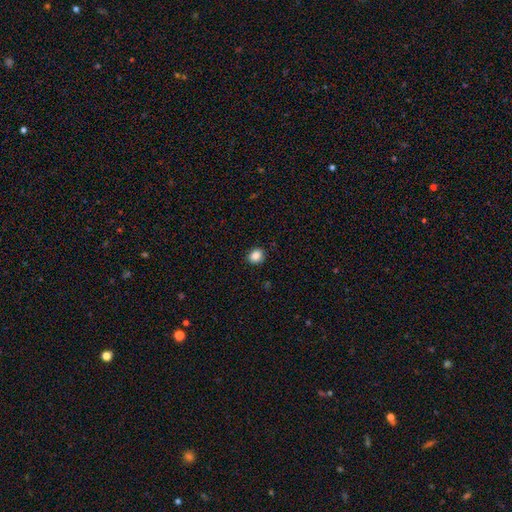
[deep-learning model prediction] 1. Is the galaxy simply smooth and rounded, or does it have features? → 87% smooth, 10% star or artifact, 3% featured or disk.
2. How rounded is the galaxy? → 59% round, 40% in between, 1% cigar-shaped.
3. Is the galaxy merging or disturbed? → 88% none, 8% minor disturbance, 2% major disturbance, 1% merger.